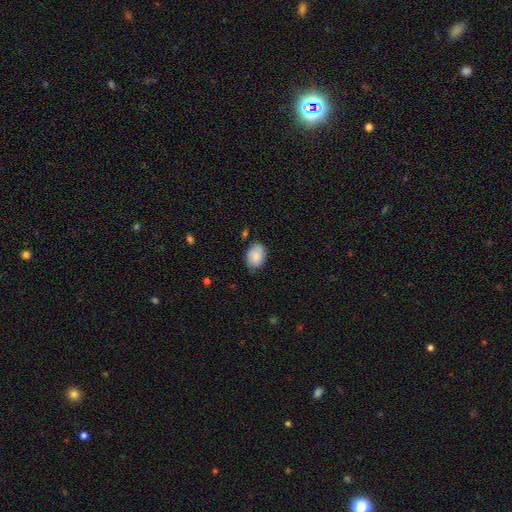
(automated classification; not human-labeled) A smooth galaxy with no disk features (77%) that is in between round and cigar-shaped (77%). Merging: none (69%).